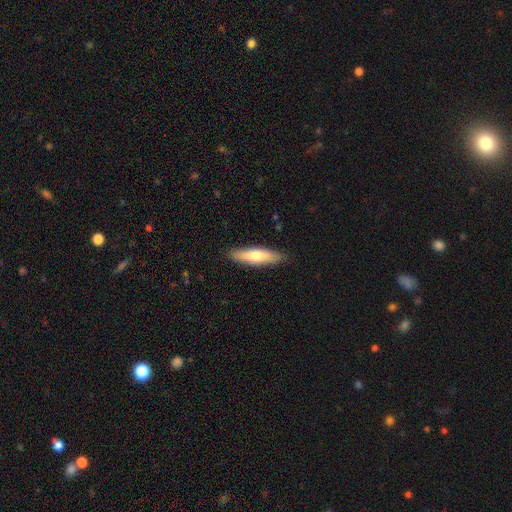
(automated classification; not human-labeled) smooth 64%, featured or disk 30%, star or artifact 5%. Down the decision tree: how rounded — cigar-shaped (68%); merging — none (88%).